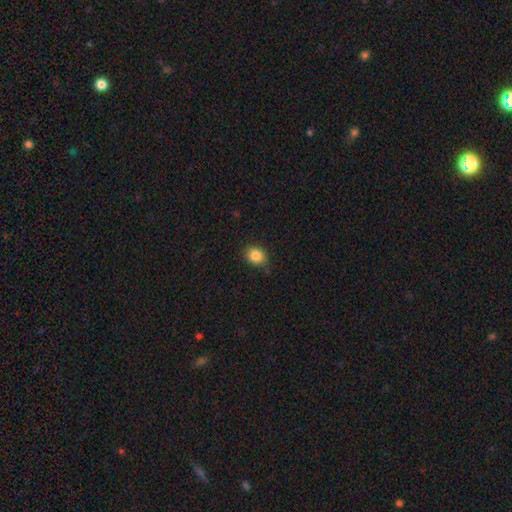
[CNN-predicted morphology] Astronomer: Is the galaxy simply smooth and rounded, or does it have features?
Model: smooth — 86%.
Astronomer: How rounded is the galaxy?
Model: round — 60% (runner-up: in between, 39%).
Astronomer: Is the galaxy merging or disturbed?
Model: none — 82%.